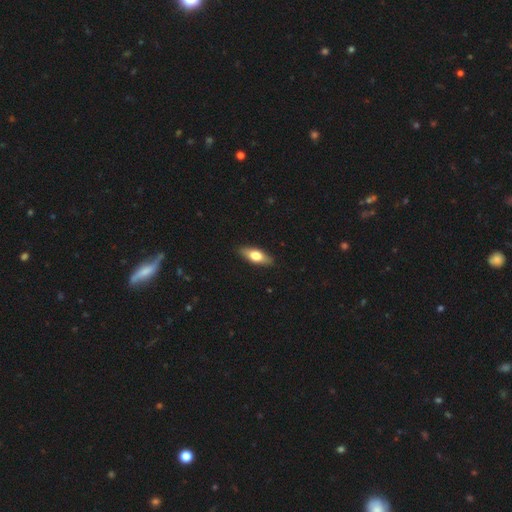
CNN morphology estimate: Q: Smooth or featured?
A: smooth (66%); runner-up: featured or disk (28%)
Q: How rounded?
A: in between (66%); runner-up: cigar-shaped (31%)
Q: Merging?
A: none (89%); runner-up: minor disturbance (8%)